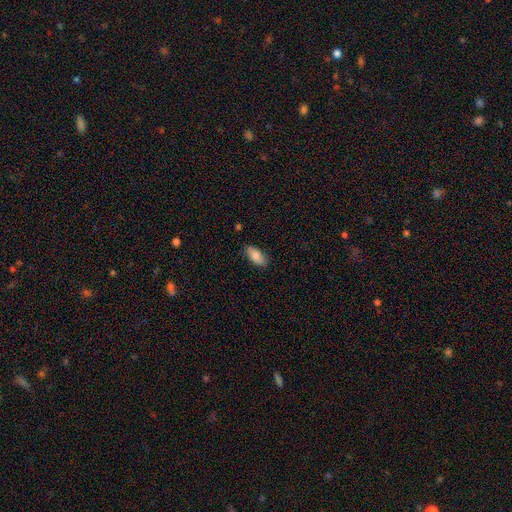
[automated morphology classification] Smooth or featured? smooth (84%)
How rounded? in between (90%)
Merging? none (80%)